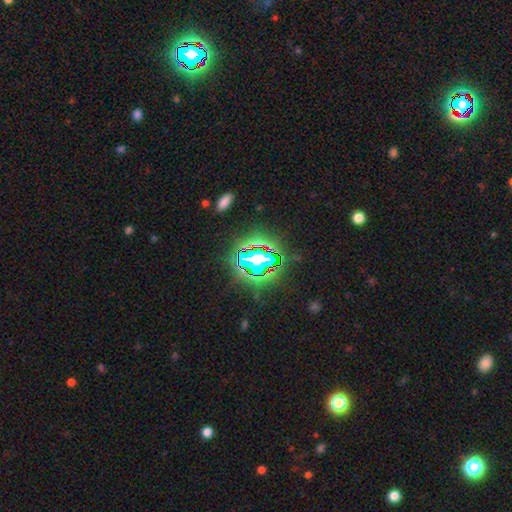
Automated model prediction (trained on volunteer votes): smooth-or-featured: star or artifact: 83% | smooth: 10% | featured or disk: 7%